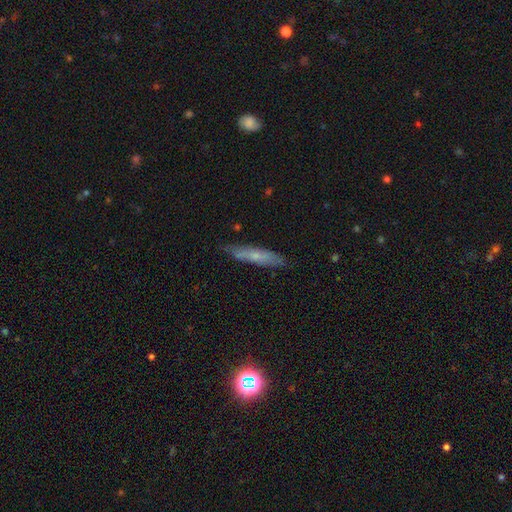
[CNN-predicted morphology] This appears to be a smooth galaxy with no disk features (53%) that is cigar-shaped (85%). Merging: none (79%).